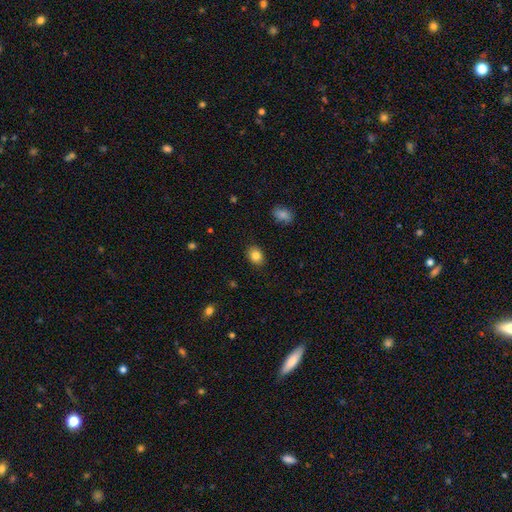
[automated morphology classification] Smooth or featured?
  - smooth: 84% *
  - star or artifact: 9%
  - featured or disk: 7%
How rounded?
  - in between: 62% *
  - round: 37%
  - cigar-shaped: 1%
Merging?
  - none: 87% *
  - minor disturbance: 10%
  - major disturbance: 2%
  - merger: 1%